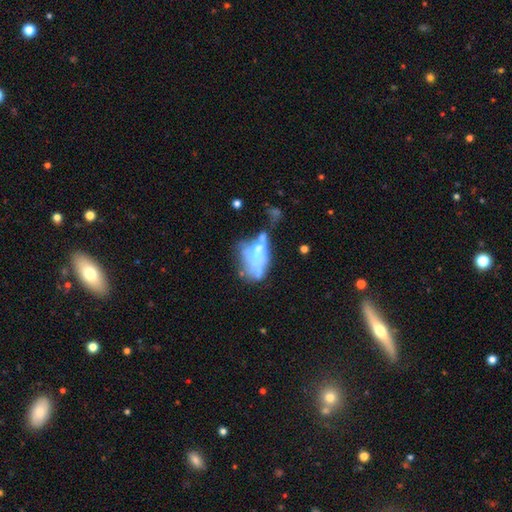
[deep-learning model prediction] Smooth or featured: featured or disk — 53% (smooth — 36%)
Edge-on disk: no — 94% (yes — 6%)
Bar: no — 88% (weak — 8%)
Spiral arms: no — 93% (yes — 7%)
Bulge size: moderate — 38% (small — 26%)
Merging: merger — 41% (major disturbance — 27%)